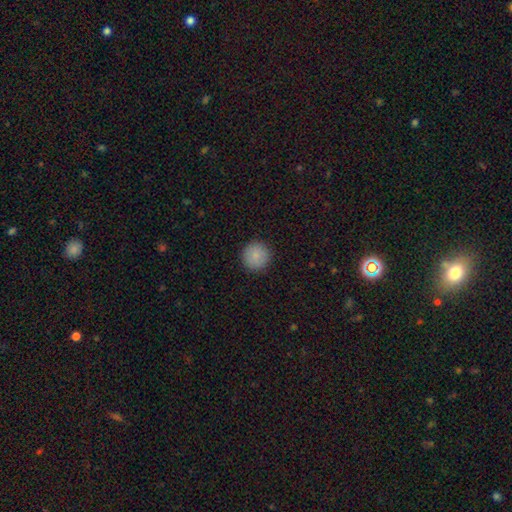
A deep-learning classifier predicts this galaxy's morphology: smooth-or-featured: smooth: 87% | star or artifact: 8% | featured or disk: 5%
  how-rounded: round: 95% | in between: 4% | cigar-shaped: 1%
  merging: none: 91% | minor disturbance: 6% | major disturbance: 2% | merger: 1%